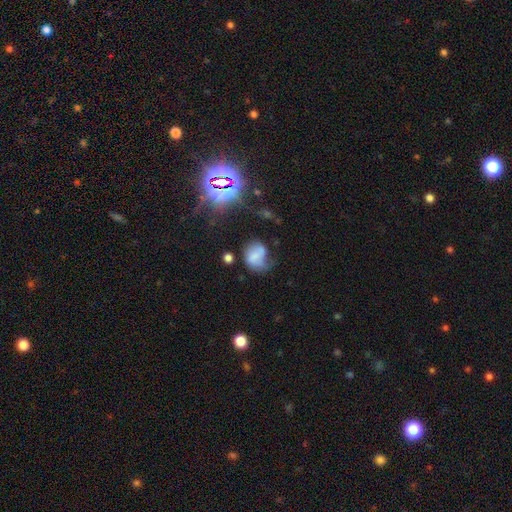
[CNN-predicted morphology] This is likely a smooth galaxy (61%). How rounded: possibly round (52%). Merging: marginally none (33%).